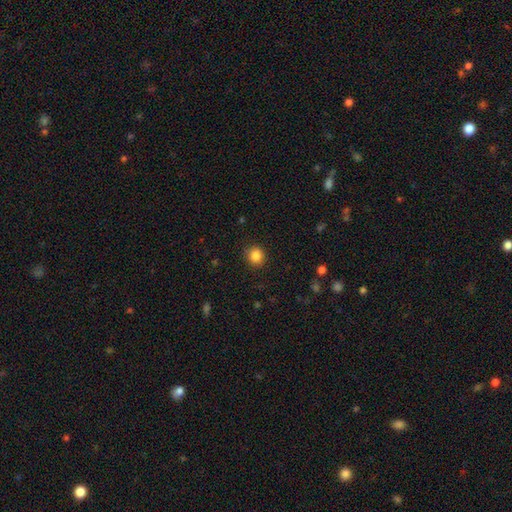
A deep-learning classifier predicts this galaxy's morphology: A smooth galaxy with no disk features (85%) that is round (88%). Merging: none (90%).